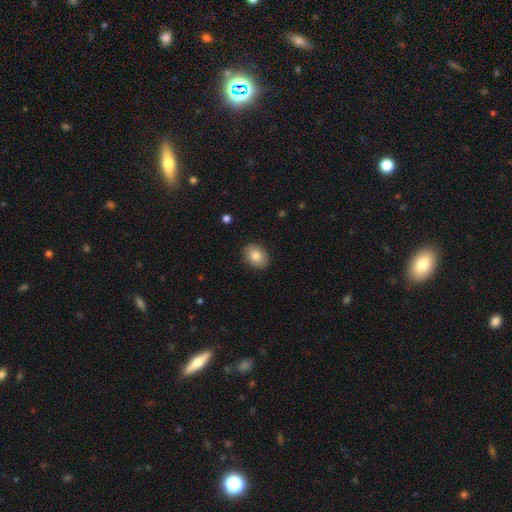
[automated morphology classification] This appears to be a smooth galaxy with no disk features (83%) that is in between round and cigar-shaped (68%). Merging: none (89%).